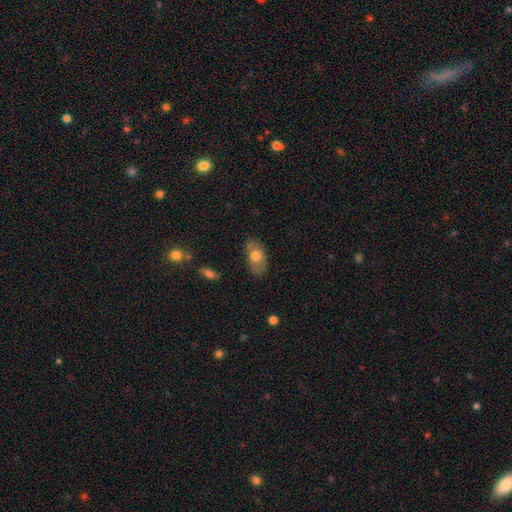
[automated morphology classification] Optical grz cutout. It shows a smooth galaxy with no disk features (69%) that is in between round and cigar-shaped (89%). Merging: none (73%).